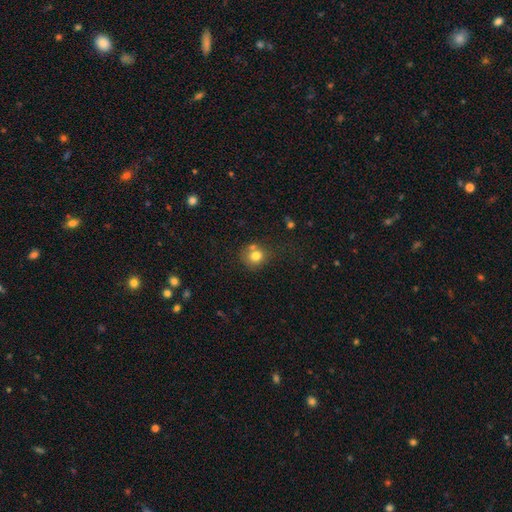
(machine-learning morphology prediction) A smooth galaxy with no disk features (76%) that is round (82%). Merging: none (53%).